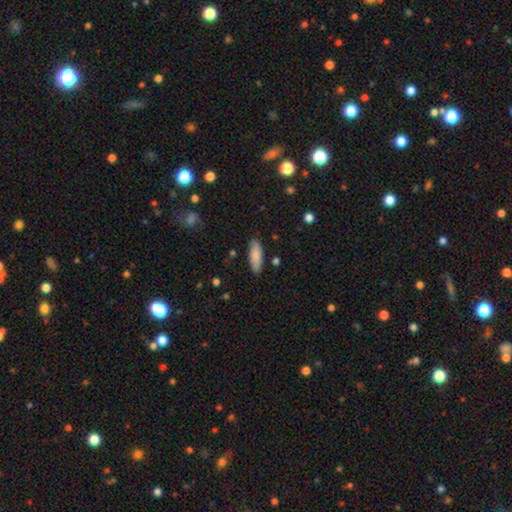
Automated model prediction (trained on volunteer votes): Smooth or featured?
  - smooth: 83% *
  - featured or disk: 11%
  - star or artifact: 6%
How rounded?
  - in between: 69% *
  - cigar-shaped: 29%
  - round: 2%
Merging?
  - none: 83% *
  - minor disturbance: 13%
  - major disturbance: 2%
  - merger: 2%